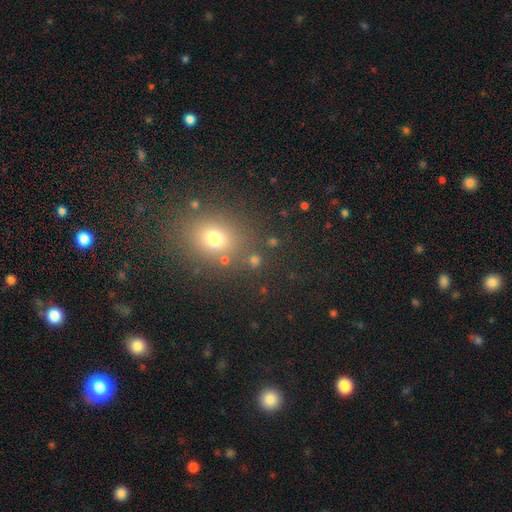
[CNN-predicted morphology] smooth-or-featured: smooth: 58% | star or artifact: 33% | featured or disk: 9%
  how-rounded: round: 64% | in between: 35% | cigar-shaped: 1%
  merging: none: 83% | minor disturbance: 9% | merger: 5% | major disturbance: 4%